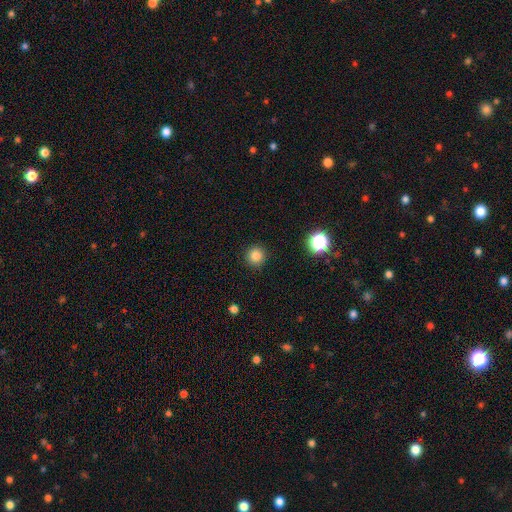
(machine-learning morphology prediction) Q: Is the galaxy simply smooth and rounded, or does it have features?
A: smooth — 83%.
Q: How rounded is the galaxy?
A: round — 95%.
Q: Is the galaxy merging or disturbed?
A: none — 92%.